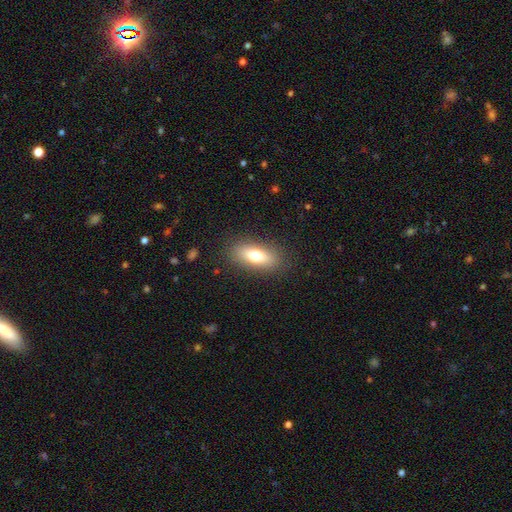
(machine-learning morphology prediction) type=smooth (71%); roundness=in between (76%); merging=none (86%).